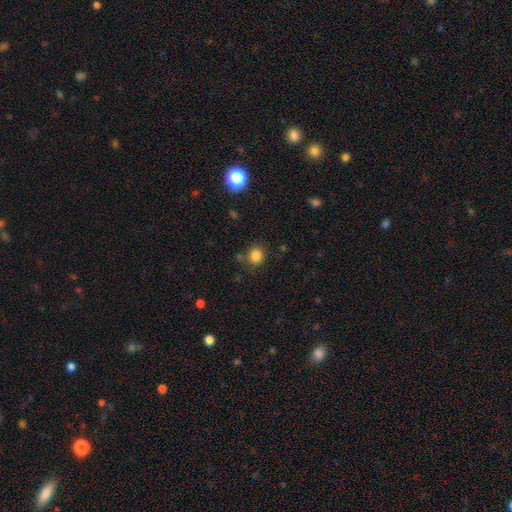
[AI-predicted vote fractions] A smooth galaxy with no disk features (83%) that is round (79%).

Vote fractions:
- Smooth or featured? smooth: 83% / star or artifact: 12% / featured or disk: 5%
- How rounded? round: 79% / in between: 20% / cigar-shaped: 1%
- Merging? none: 78% / minor disturbance: 12% / merger: 6% / major disturbance: 4%